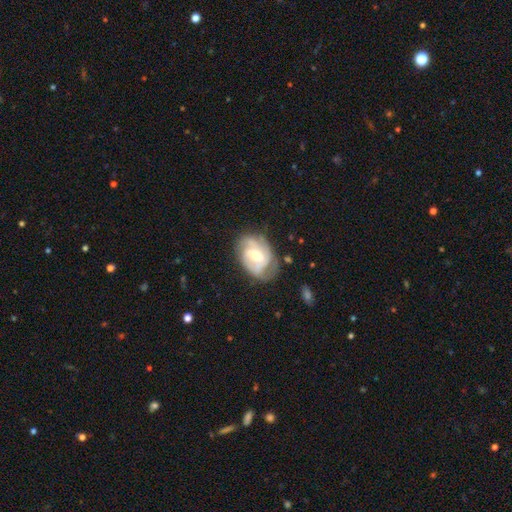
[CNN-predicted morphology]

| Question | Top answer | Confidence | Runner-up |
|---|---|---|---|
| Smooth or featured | featured or disk | 78% | smooth (16%) |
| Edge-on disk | no | 97% | yes (3%) |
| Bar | weak | 45% | no (43%) |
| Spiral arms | yes | 91% | no (9%) |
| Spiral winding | tight | 48% | medium (40%) |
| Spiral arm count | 2 | 33% | 3 (28%) |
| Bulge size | moderate | 55% | small (38%) |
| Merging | none | 61% | minor disturbance (25%) |